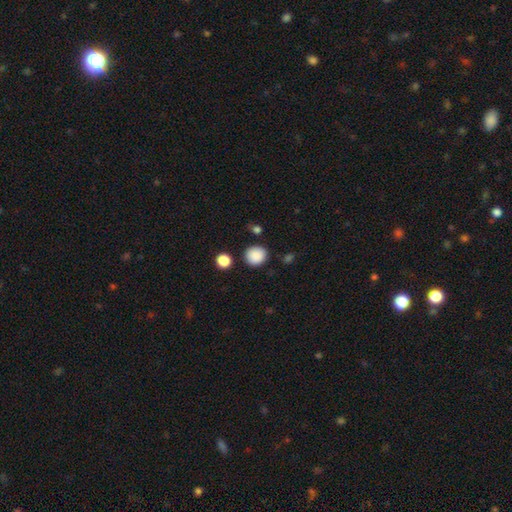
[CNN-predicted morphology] Smooth or featured? smooth (88%)
How rounded? round (83%)
Merging? none (85%)